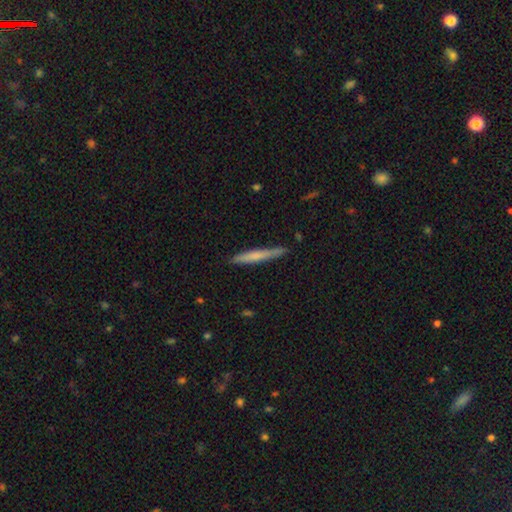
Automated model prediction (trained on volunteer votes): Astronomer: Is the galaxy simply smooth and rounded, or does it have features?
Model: smooth — 60%.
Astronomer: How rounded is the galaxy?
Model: cigar-shaped — 95%.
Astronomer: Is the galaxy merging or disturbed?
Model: none — 83%.